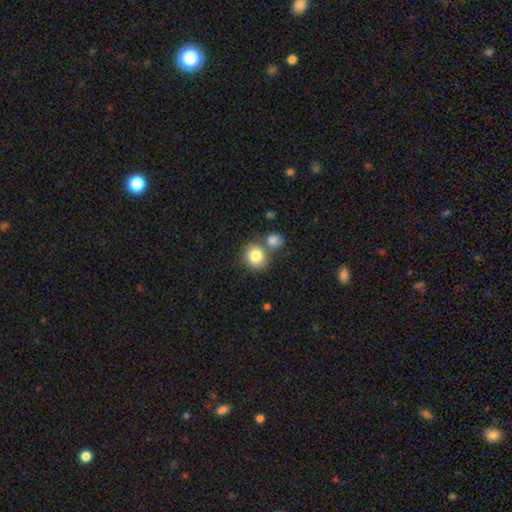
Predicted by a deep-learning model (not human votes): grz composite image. It shows a smooth galaxy with no disk features (82%) that is round (81%). Merging: none (58%).